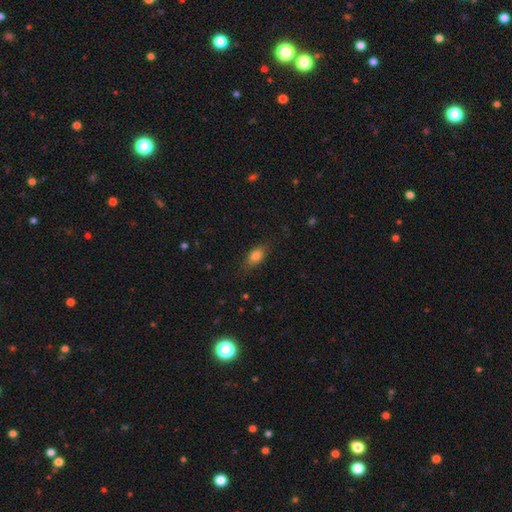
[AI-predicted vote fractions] Overall: smooth (83%). How rounded: in between (84%). Merging: none (78%).